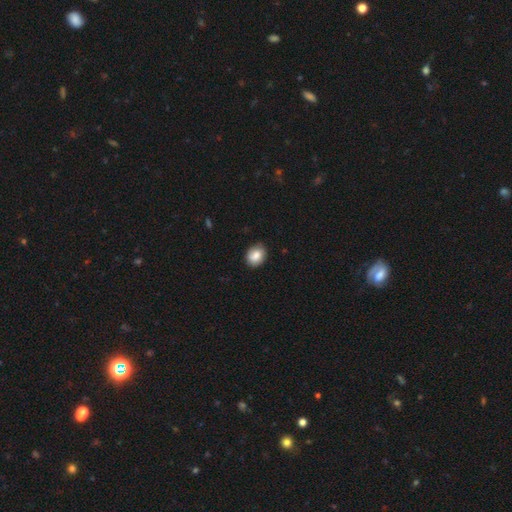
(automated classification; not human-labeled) A smooth galaxy with no disk features (82%) that is in between round and cigar-shaped (56%).

Vote fractions:
- Smooth or featured? smooth: 82% / featured or disk: 11% / star or artifact: 8%
- How rounded? in between: 56% / round: 43% / cigar-shaped: 1%
- Merging? none: 82% / minor disturbance: 14% / major disturbance: 3% / merger: 1%